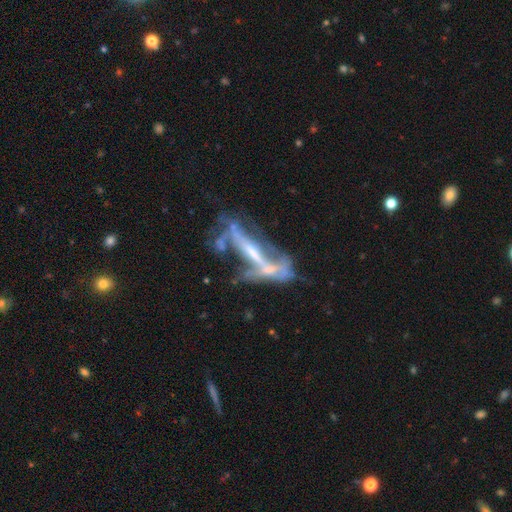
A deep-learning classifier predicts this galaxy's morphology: Smooth or featured: featured or disk — 75% (smooth — 15%)
Edge-on disk: no — 51% (yes — 49%)
Merging: merger — 38% (none — 25%)